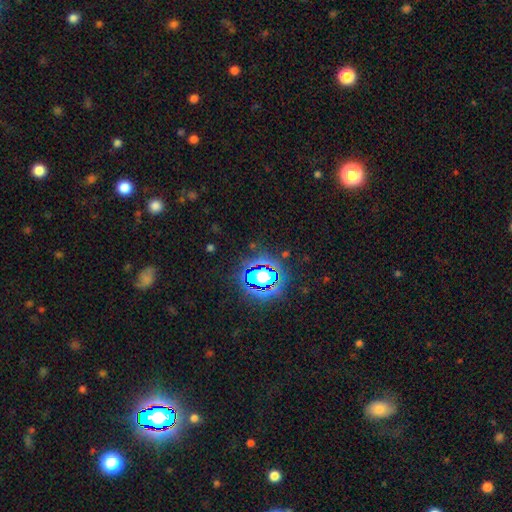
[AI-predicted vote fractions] Overall: star or artifact (80%).